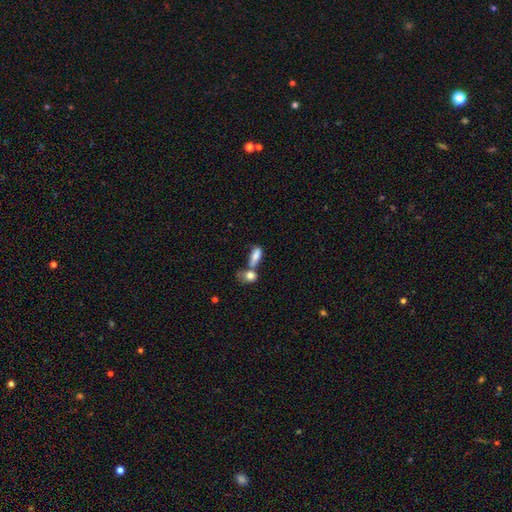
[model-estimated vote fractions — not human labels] Q: Smooth or featured?
A: smooth (80%); runner-up: featured or disk (12%)
Q: How rounded?
A: in between (78%); runner-up: cigar-shaped (16%)
Q: Merging?
A: merger (52%); runner-up: none (27%)